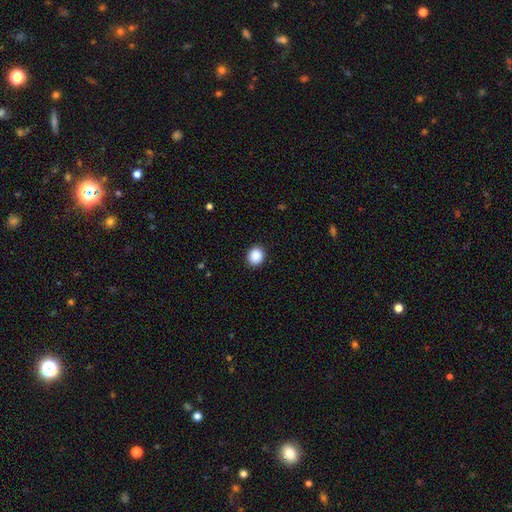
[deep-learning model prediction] This appears to be a smooth galaxy with no disk features (89%) that is round (79%). Merging: none (90%).